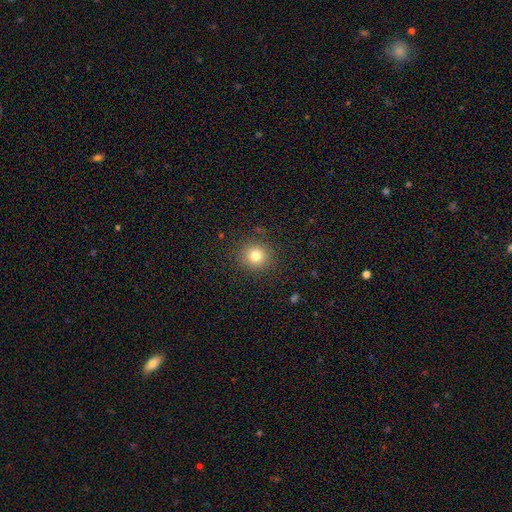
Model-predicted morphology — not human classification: Smooth or featured? Predicted: smooth (p=0.80). How rounded? Predicted: round (p=0.90). Merging? Predicted: none (p=0.88).